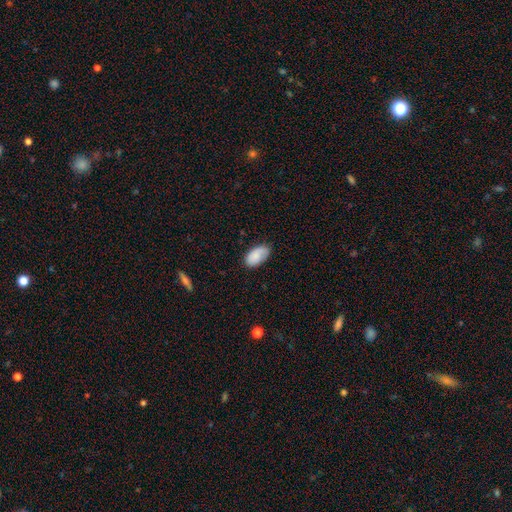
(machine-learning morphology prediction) This is clearly a smooth galaxy (83%). How rounded: clearly in between (95%). Merging: likely none (70%).